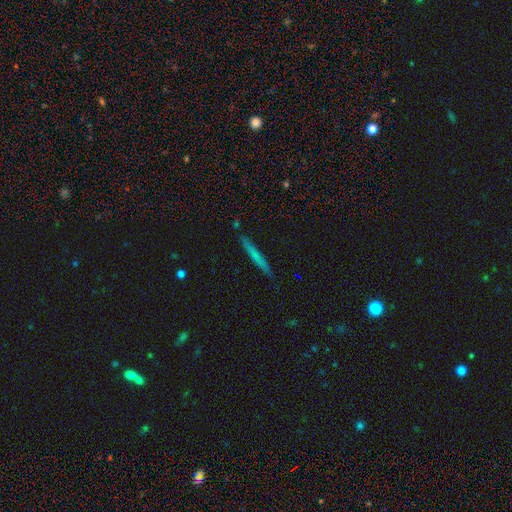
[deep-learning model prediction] Smooth or featured: smooth — 56% (featured or disk — 37%)
How rounded: cigar-shaped — 96% (in between — 2%)
Merging: none — 89% (minor disturbance — 8%)